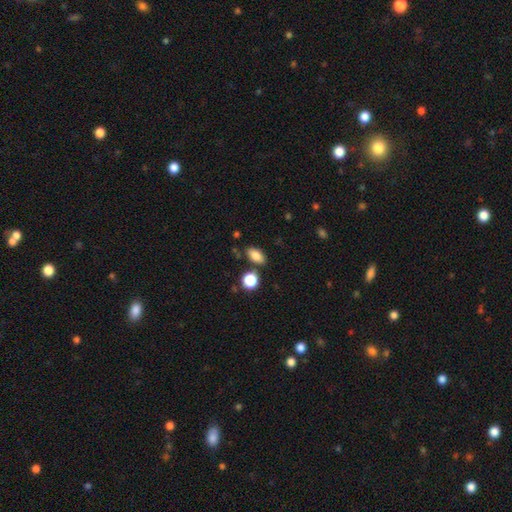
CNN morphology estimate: type=smooth (83%); roundness=in between (85%); merging=none (79%).